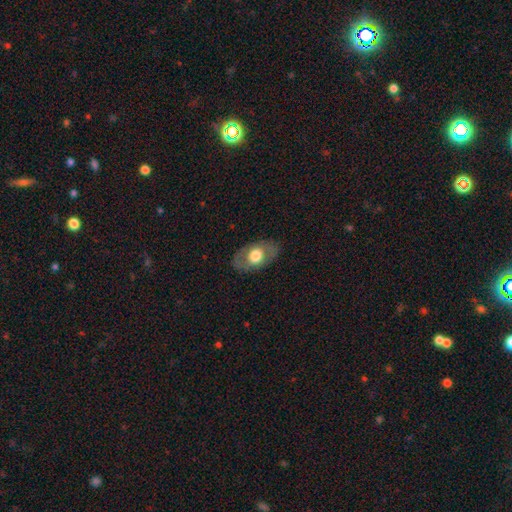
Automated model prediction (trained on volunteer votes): smooth 54%, featured or disk 40%, star or artifact 6%. Down the decision tree: how rounded — in between (86%); merging — none (81%).